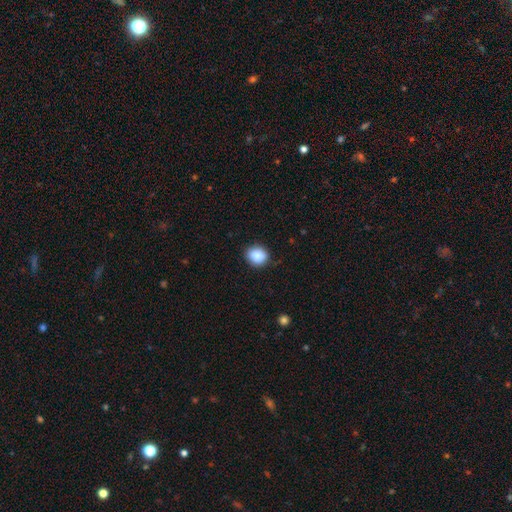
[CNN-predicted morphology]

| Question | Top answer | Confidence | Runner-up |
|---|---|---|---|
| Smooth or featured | smooth | 89% | star or artifact (8%) |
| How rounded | round | 68% | in between (31%) |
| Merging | none | 86% | minor disturbance (10%) |